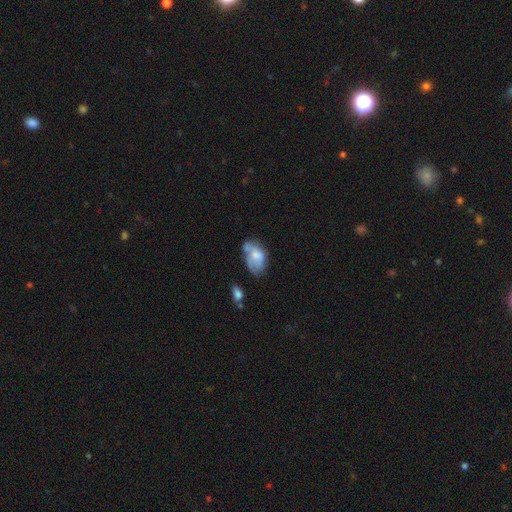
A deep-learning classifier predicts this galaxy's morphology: The model was most divided on "merging": minor disturbance: 32%, none: 31%, major disturbance: 22%, merger: 14%. More confident: how rounded — in between (89%); smooth or featured — smooth (59%).